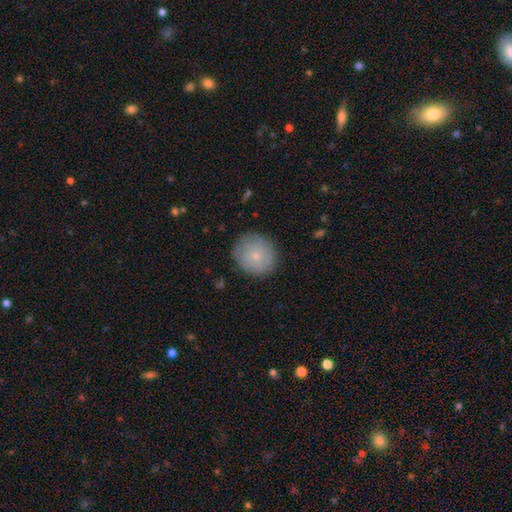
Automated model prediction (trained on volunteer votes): Smooth or featured: smooth — 72% (featured or disk — 20%)
How rounded: round — 89% (in between — 10%)
Merging: none — 84% (minor disturbance — 12%)